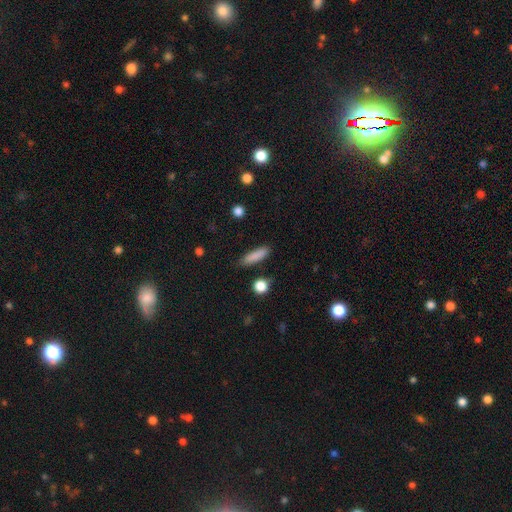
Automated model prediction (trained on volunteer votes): A smooth galaxy with no disk features (85%) that is cigar-shaped (72%). Merging: none (83%).